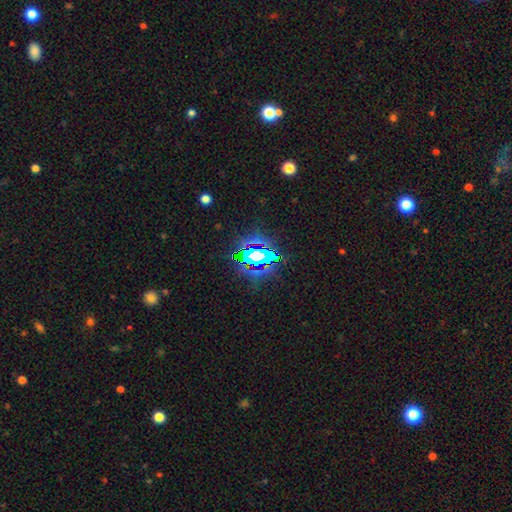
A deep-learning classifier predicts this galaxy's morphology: This appears to be a star or artifact, not a galaxy (68%).